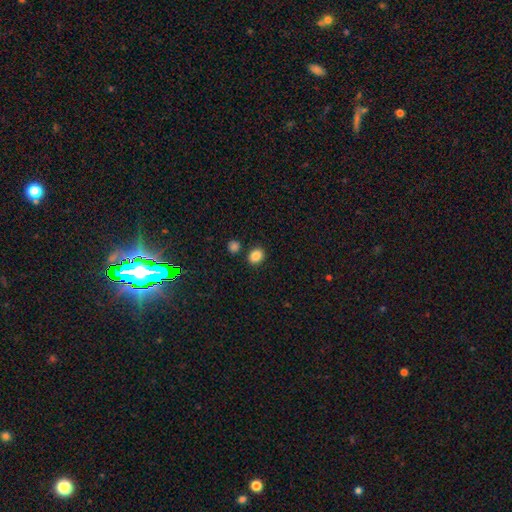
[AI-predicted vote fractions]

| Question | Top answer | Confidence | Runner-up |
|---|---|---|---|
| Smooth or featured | smooth | 86% | star or artifact (10%) |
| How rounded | round | 55% | in between (44%) |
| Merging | none | 83% | minor disturbance (8%) |